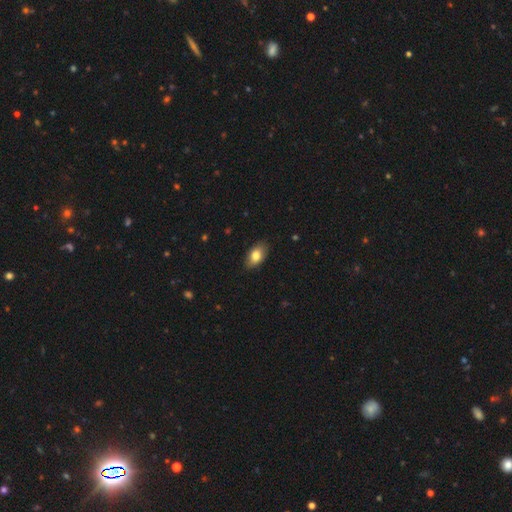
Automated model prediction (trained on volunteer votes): Smooth or featured? smooth (81%)
How rounded? in between (92%)
Merging? none (86%)